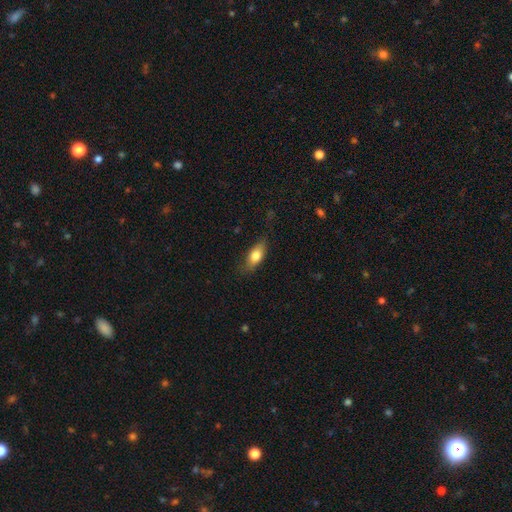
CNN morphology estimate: The model was most divided on "merging": none: 74%, minor disturbance: 20%, major disturbance: 5%, merger: 1%. More confident: how rounded — in between (80%); smooth or featured — smooth (76%).